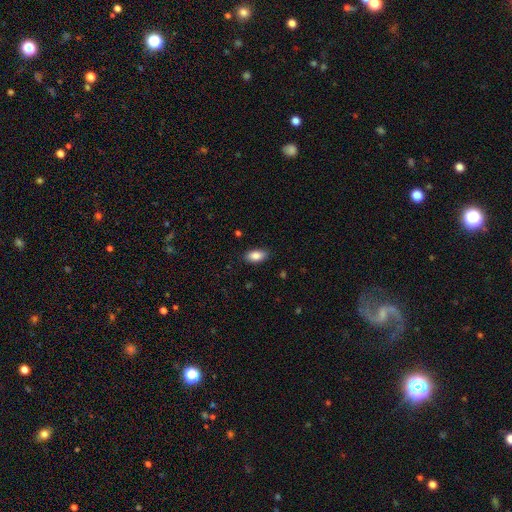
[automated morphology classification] Smooth or featured?
  - smooth: 87% *
  - star or artifact: 7%
  - featured or disk: 6%
How rounded?
  - in between: 92% *
  - cigar-shaped: 4%
  - round: 3%
Merging?
  - none: 87% *
  - minor disturbance: 10%
  - major disturbance: 2%
  - merger: 1%